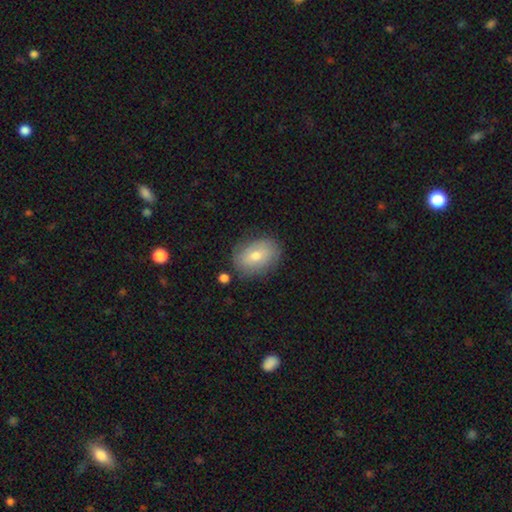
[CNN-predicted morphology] Smooth or featured? Predicted: smooth (p=0.69). How rounded? Predicted: in between (p=0.82). Merging? Predicted: none (p=0.80).